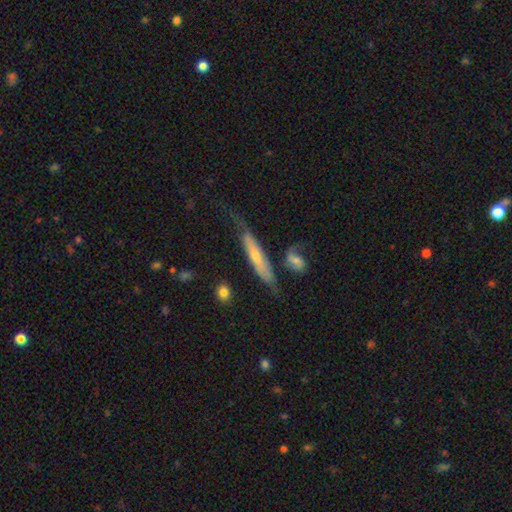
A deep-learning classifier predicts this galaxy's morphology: Smooth or featured? featured or disk (54%)
Edge-on disk? yes (62%)
Merging? none (46%)